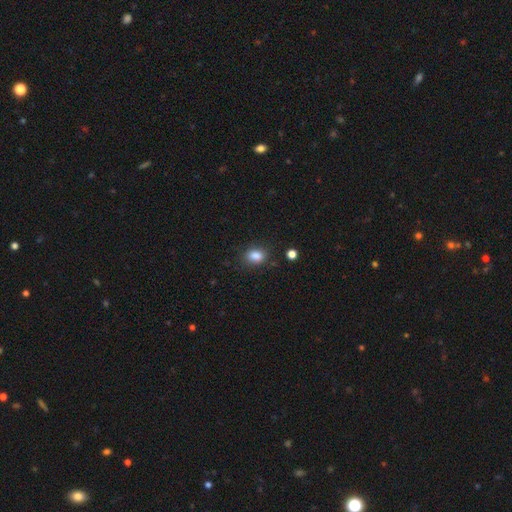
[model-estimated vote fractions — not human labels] This appears to be a smooth galaxy with no disk features (85%) that is in between round and cigar-shaped (65%). Merging: none (79%).